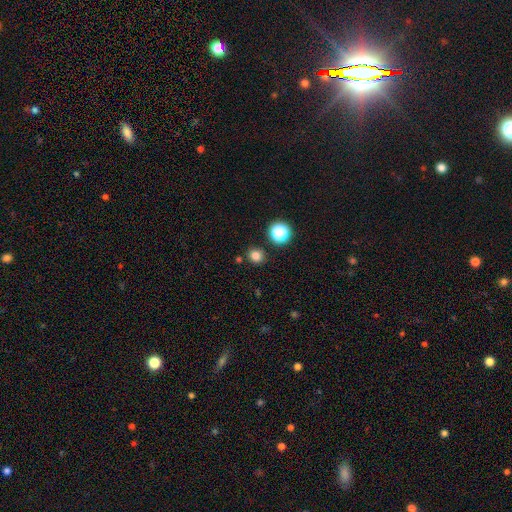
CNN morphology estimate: This appears to be a smooth galaxy with no disk features (79%) that is round (88%). Merging: none (85%).